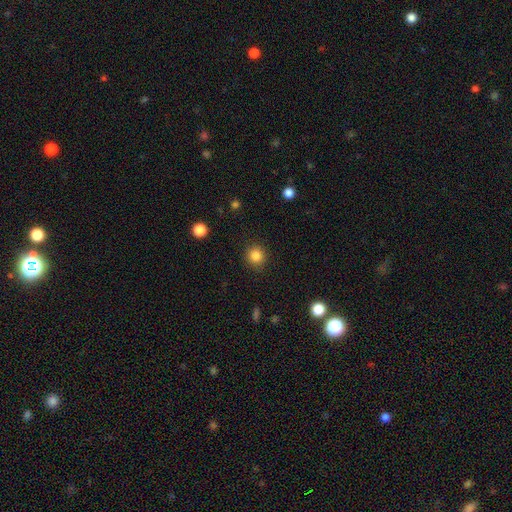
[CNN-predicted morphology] smooth 84%, star or artifact 11%, featured or disk 4%. Down the decision tree: how rounded — round (93%); merging — none (91%).